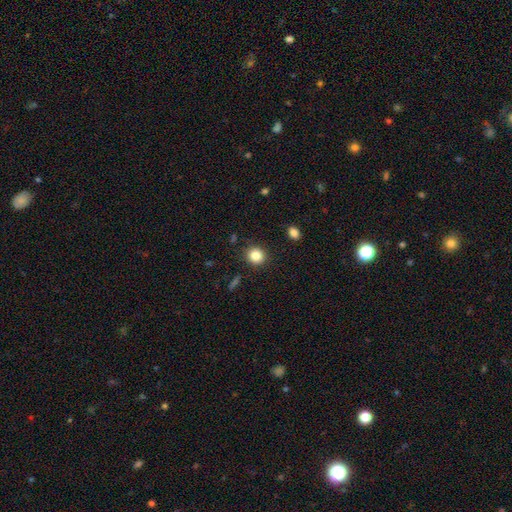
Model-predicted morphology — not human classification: The model was most divided on "how rounded": round: 85%, in between: 14%, cigar-shaped: 1%. More confident: merging — none (89%); smooth or featured — smooth (84%).